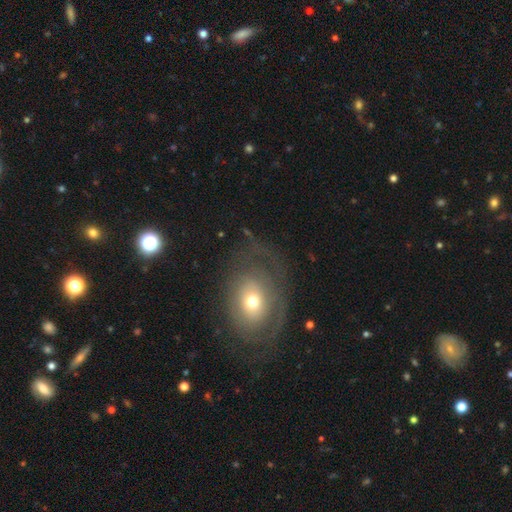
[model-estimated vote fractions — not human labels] Smooth or featured? Predicted: featured or disk (p=0.51). Edge-on disk? Predicted: no (p=0.93). Merging? Predicted: none (p=0.71).